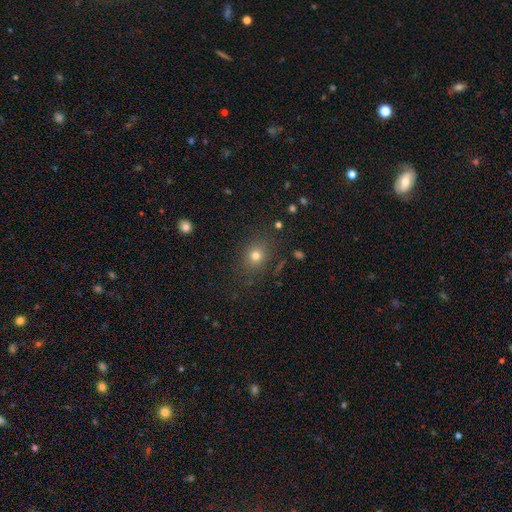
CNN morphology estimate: smooth-or-featured: smooth: 75% | star or artifact: 16% | featured or disk: 9%
  how-rounded: round: 69% | in between: 29% | cigar-shaped: 1%
  merging: none: 84% | minor disturbance: 10% | major disturbance: 4% | merger: 2%